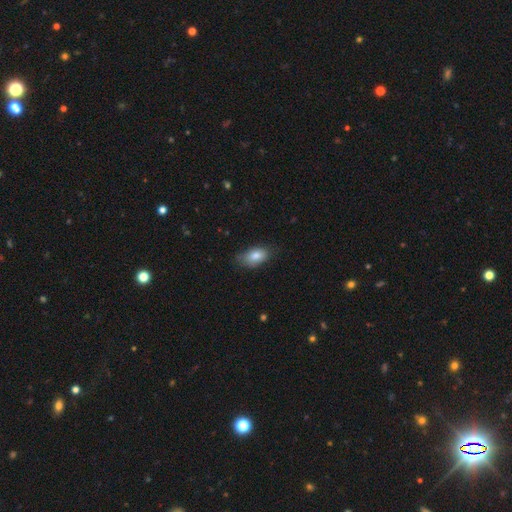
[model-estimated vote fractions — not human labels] Smooth or featured? Predicted: smooth (p=0.82). How rounded? Predicted: in between (p=0.91). Merging? Predicted: none (p=0.68).